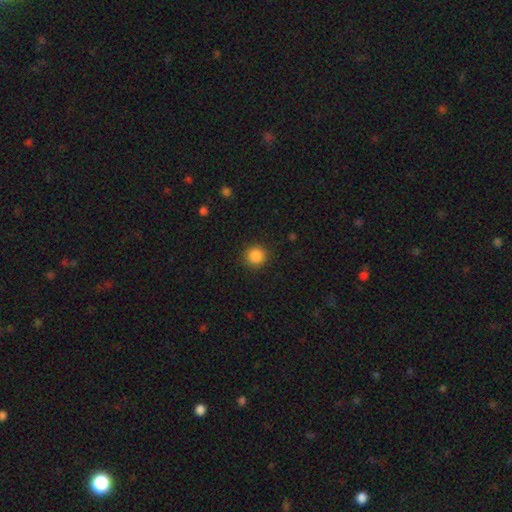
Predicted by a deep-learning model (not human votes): Morphology: type=smooth (86%); roundness=round (93%); merging=none (91%).